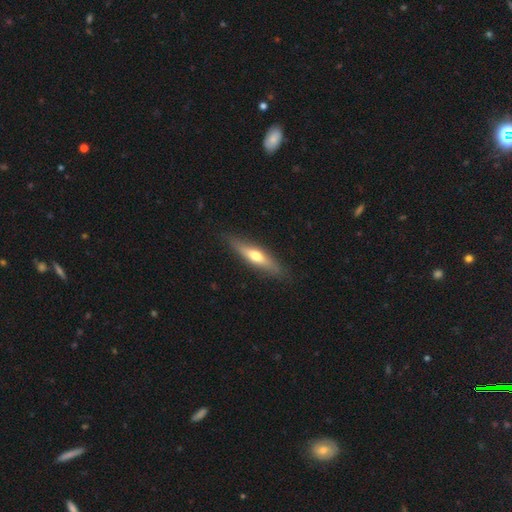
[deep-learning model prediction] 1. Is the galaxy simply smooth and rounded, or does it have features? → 49% smooth, 46% featured or disk, 6% star or artifact.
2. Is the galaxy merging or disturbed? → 85% none, 12% minor disturbance, 3% major disturbance, 1% merger.